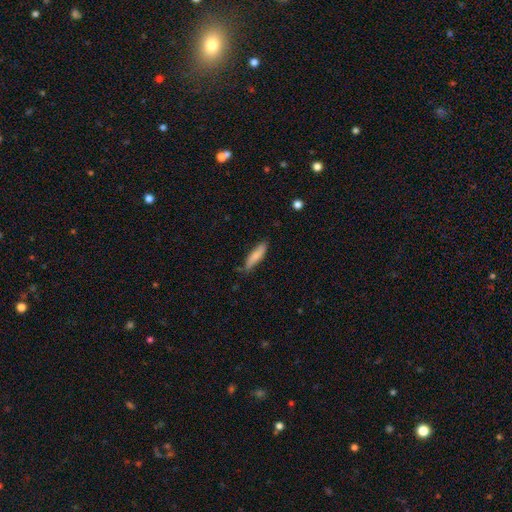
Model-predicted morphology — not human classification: The model was most divided on "how rounded": cigar-shaped: 67%, in between: 31%, round: 2%. More confident: smooth or featured — smooth (79%); merging — none (76%).